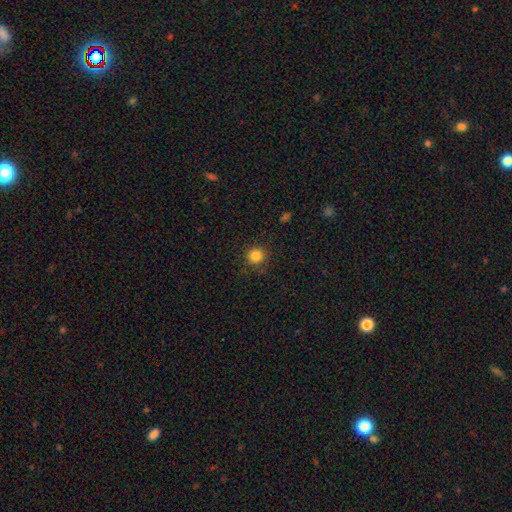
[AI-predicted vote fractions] A smooth galaxy with no disk features (84%) that is round (94%).

Vote fractions:
- Smooth or featured? smooth: 84% / star or artifact: 12% / featured or disk: 4%
- How rounded? round: 94% / in between: 5% / cigar-shaped: 1%
- Merging? none: 89% / minor disturbance: 7% / major disturbance: 2% / merger: 1%